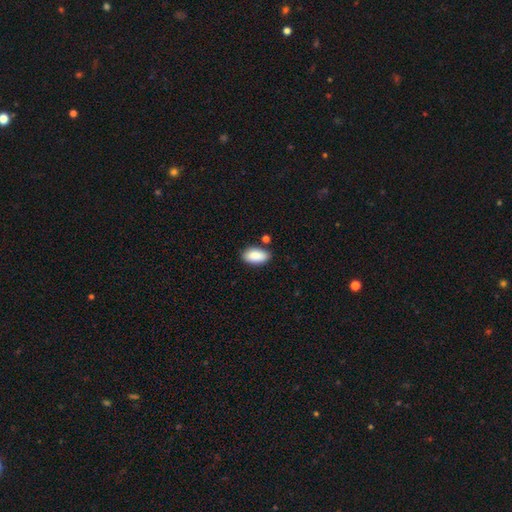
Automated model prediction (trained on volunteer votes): smooth 89%, star or artifact 7%, featured or disk 4%. Down the decision tree: how rounded — in between (94%); merging — none (80%).